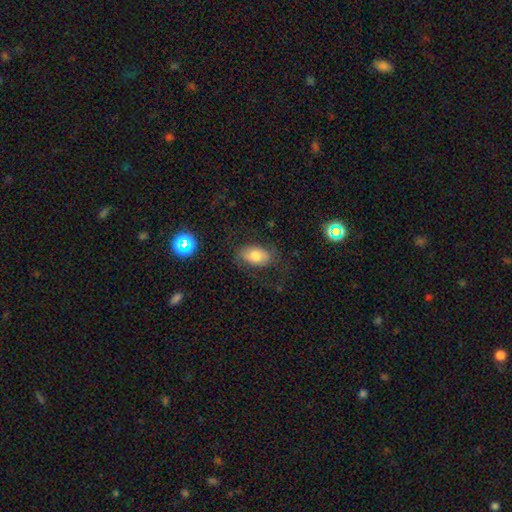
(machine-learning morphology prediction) Smooth or featured: smooth — 70% (featured or disk — 20%)
How rounded: in between — 89% (round — 9%)
Merging: none — 70% (minor disturbance — 17%)